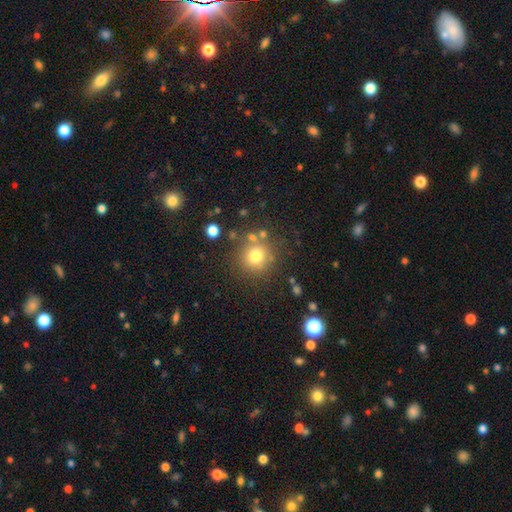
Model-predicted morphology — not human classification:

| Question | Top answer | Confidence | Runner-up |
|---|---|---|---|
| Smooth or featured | smooth | 74% | star or artifact (15%) |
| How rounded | round | 91% | in between (8%) |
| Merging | none | 75% | minor disturbance (11%) |